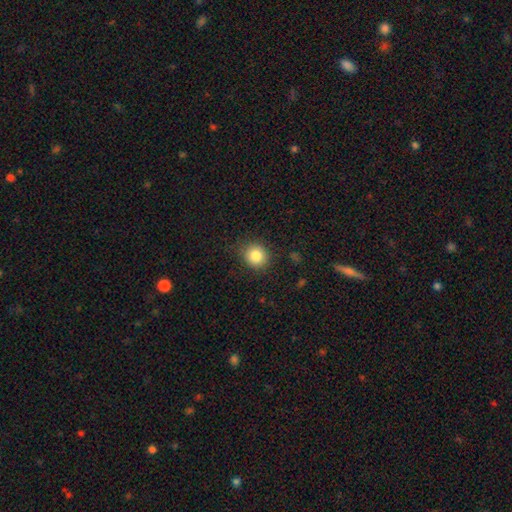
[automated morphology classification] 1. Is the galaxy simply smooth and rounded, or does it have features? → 84% smooth, 10% star or artifact, 6% featured or disk.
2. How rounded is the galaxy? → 85% round, 14% in between, 1% cigar-shaped.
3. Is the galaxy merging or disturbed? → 86% none, 10% minor disturbance, 3% major disturbance, 1% merger.